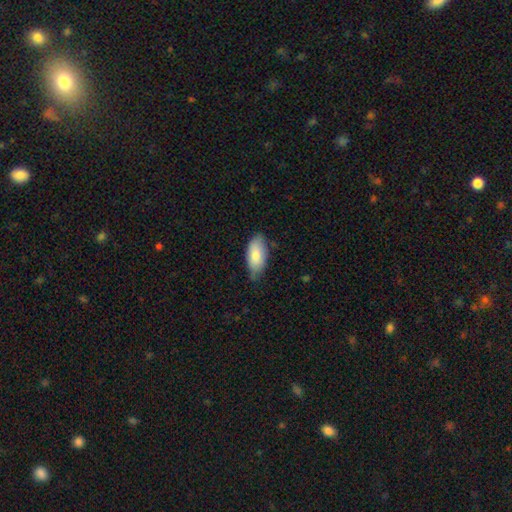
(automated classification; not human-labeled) Smooth or featured?
  - smooth: 80% *
  - featured or disk: 14%
  - star or artifact: 6%
How rounded?
  - in between: 91% *
  - cigar-shaped: 7%
  - round: 2%
Merging?
  - none: 67% *
  - minor disturbance: 28%
  - major disturbance: 4%
  - merger: 1%